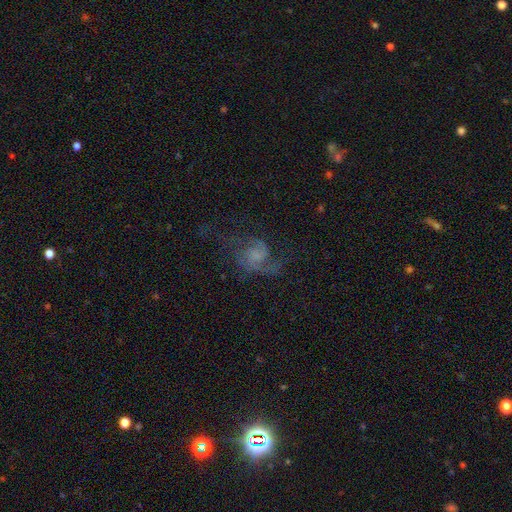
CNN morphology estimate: This appears to be a featured or disk galaxy (69%) with no bar (65%), 2 (73%) loose (47%) spiral arms (88%) and no central bulge (38%). Merging: none (47%).